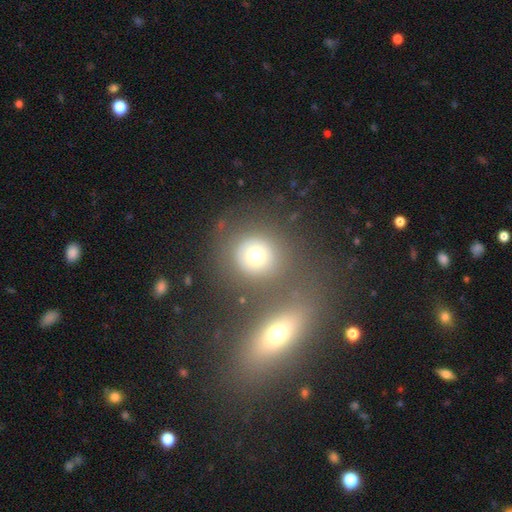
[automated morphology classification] Smooth or featured?
  - smooth: 67% *
  - featured or disk: 22%
  - star or artifact: 11%
How rounded?
  - round: 83% *
  - in between: 16%
  - cigar-shaped: 1%
Merging?
  - none: 64% *
  - merger: 18%
  - minor disturbance: 11%
  - major disturbance: 7%